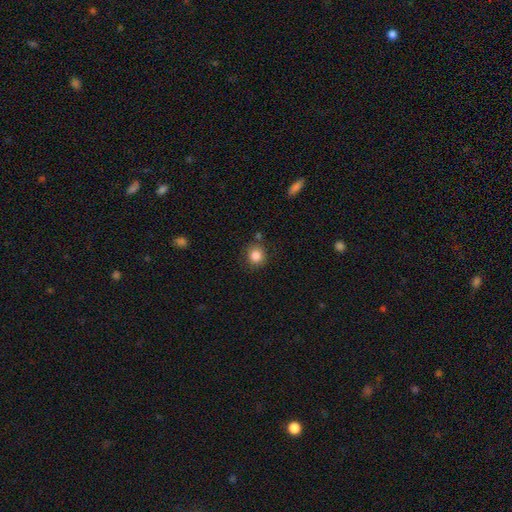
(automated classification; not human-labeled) A smooth galaxy with no disk features (85%) that is round (84%). Merging: none (80%).